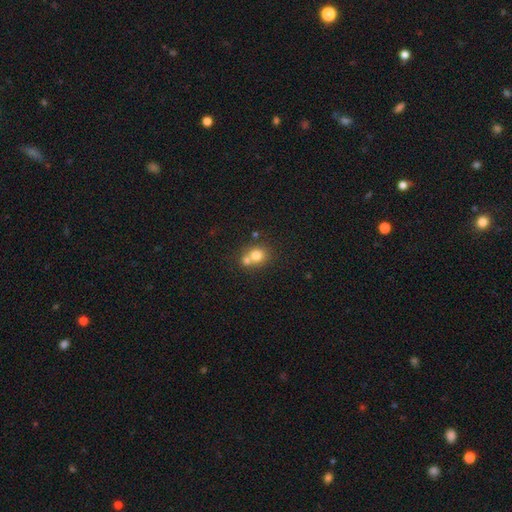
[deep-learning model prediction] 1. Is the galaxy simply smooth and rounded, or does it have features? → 75% smooth, 13% featured or disk, 12% star or artifact.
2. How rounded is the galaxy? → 80% round, 19% in between, 1% cigar-shaped.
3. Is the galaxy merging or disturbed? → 49% merger, 42% none, 7% minor disturbance, 3% major disturbance.